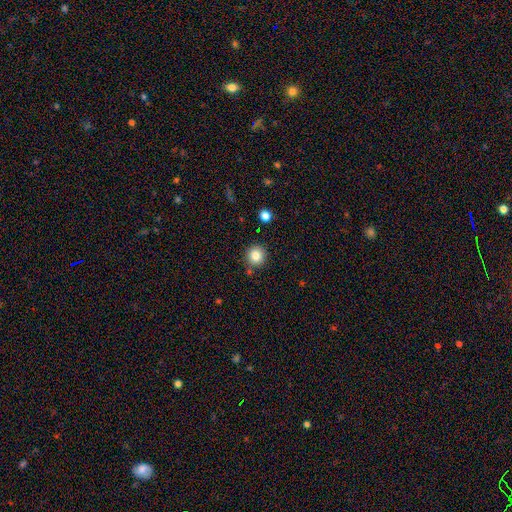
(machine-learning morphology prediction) The model was most divided on "smooth or featured": smooth: 83%, star or artifact: 11%, featured or disk: 6%. More confident: how rounded — round (93%); merging — none (86%).